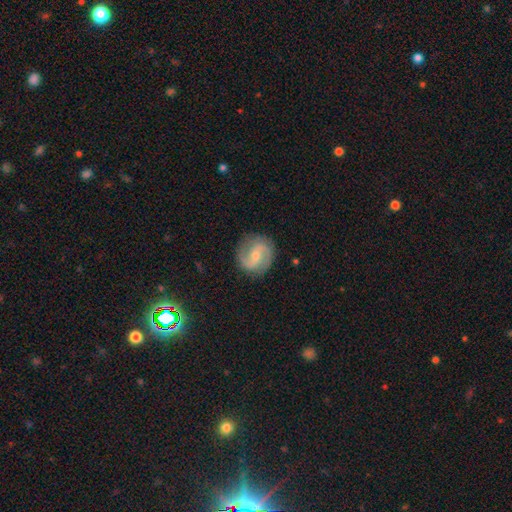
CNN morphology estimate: The model was most divided on "bar": weak: 47%, no: 36%, strong: 17%. Remaining: edge-on disk — no (98%); spiral arms — yes (96%); spiral arm count — 2 (92%); merging — none (86%); smooth or featured — featured or disk (82%); bulge size — small (56%); spiral winding — medium (50%).